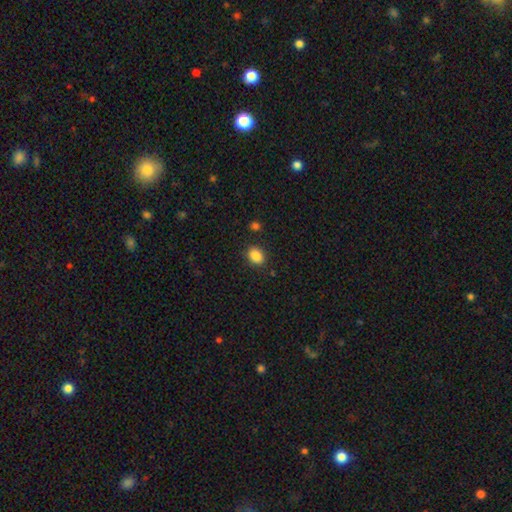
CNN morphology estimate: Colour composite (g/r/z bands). It shows a smooth galaxy with no disk features (86%) that is in between round and cigar-shaped (62%). Merging: none (86%).